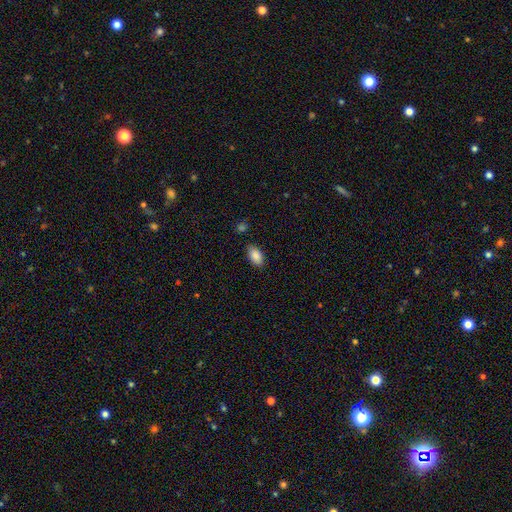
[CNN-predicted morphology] Smooth or featured? smooth (88%)
How rounded? in between (94%)
Merging? none (84%)